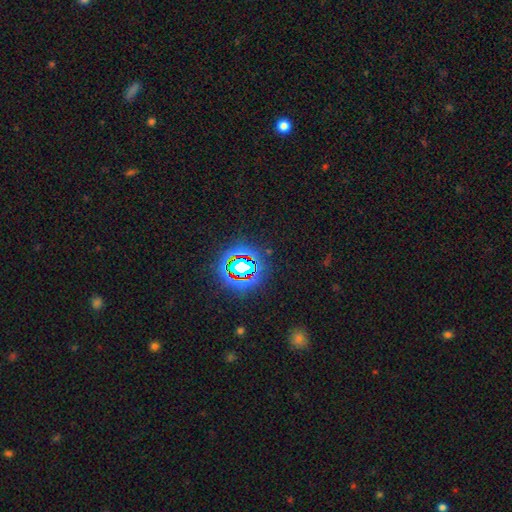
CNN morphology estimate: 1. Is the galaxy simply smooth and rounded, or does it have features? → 74% star or artifact, 17% smooth, 8% featured or disk.